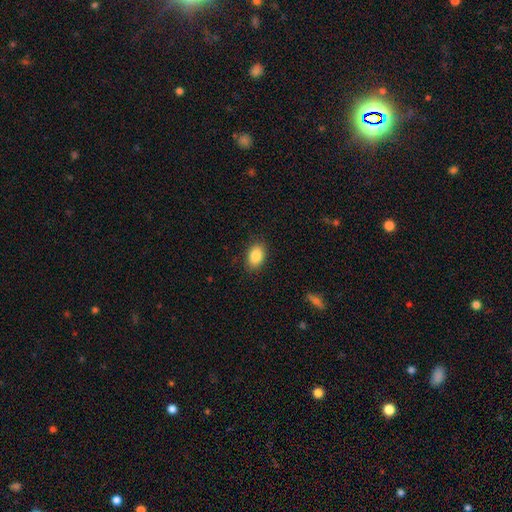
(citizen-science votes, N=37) Morphology: type=smooth (100%); roundness=in between (95%); merging=none (97%).